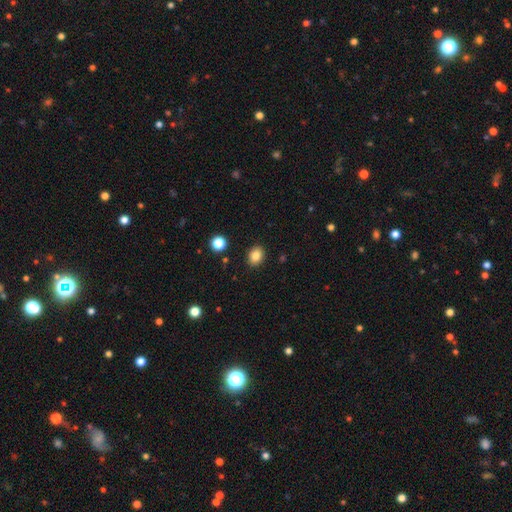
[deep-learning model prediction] A smooth galaxy with no disk features (85%) that is in between round and cigar-shaped (56%). Merging: none (89%).